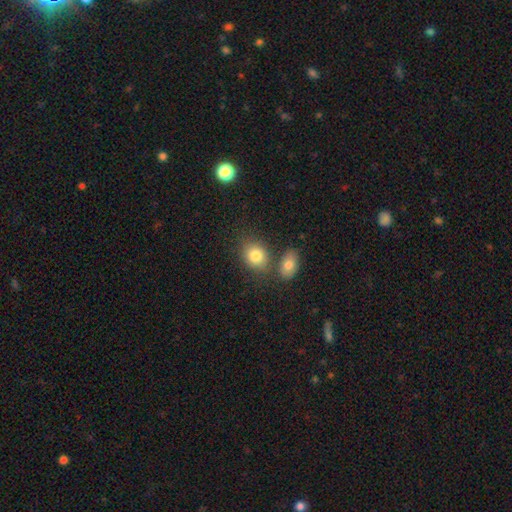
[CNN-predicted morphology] A smooth galaxy with no disk features (82%) that is in between round and cigar-shaped (52%). Merging: none (59%).